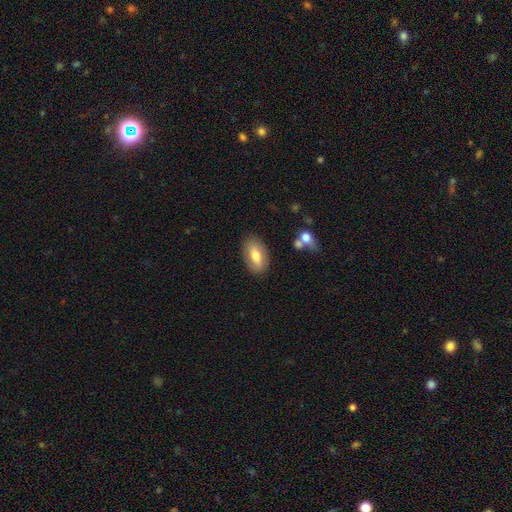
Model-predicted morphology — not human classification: smooth-or-featured: smooth: 69% | featured or disk: 24% | star or artifact: 7%
  how-rounded: in between: 91% | round: 5% | cigar-shaped: 4%
  merging: none: 84% | minor disturbance: 11% | major disturbance: 3% | merger: 2%